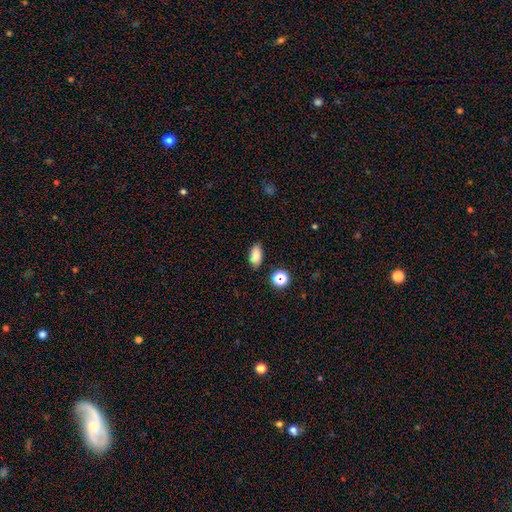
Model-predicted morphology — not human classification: This is clearly a smooth galaxy (84%). How rounded: clearly in between (89%). Merging: clearly none (85%).